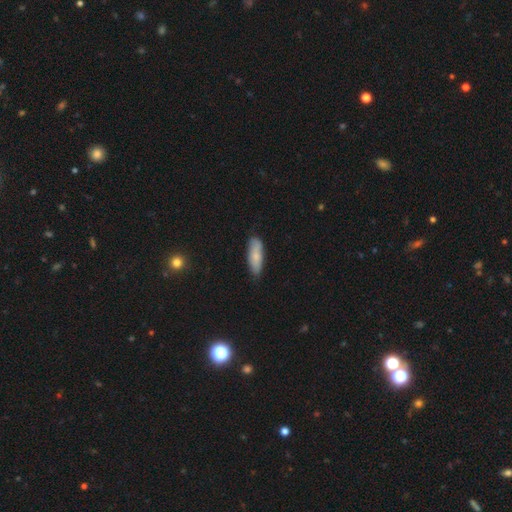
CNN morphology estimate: A smooth galaxy with no disk features (77%) that is in between round and cigar-shaped (57%). Merging: none (76%).